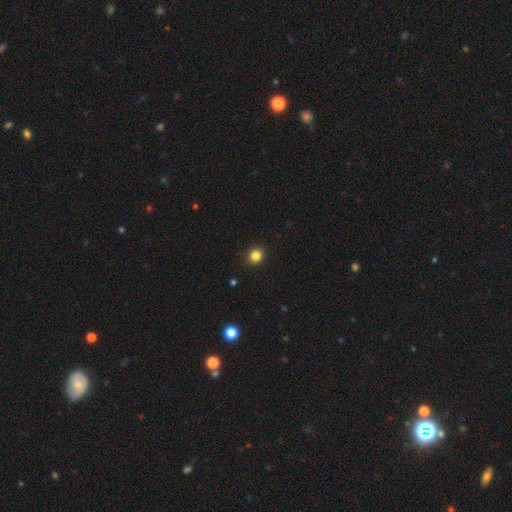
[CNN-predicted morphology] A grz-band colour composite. It shows a smooth galaxy with no disk features (84%) that is round (85%). Merging: none (91%).